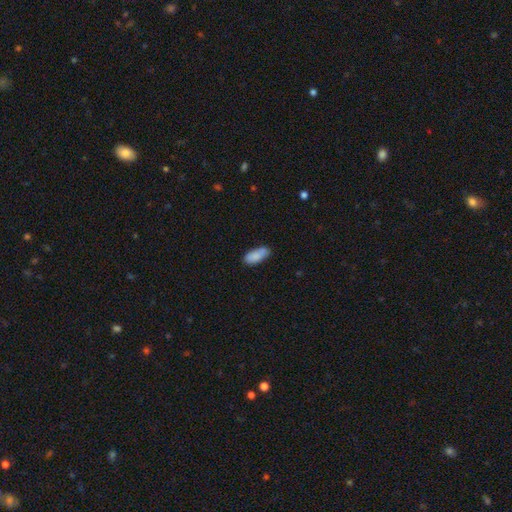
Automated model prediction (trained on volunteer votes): smooth 87%, featured or disk 7%, star or artifact 6%. Down the decision tree: how rounded — in between (84%); merging — none (78%).